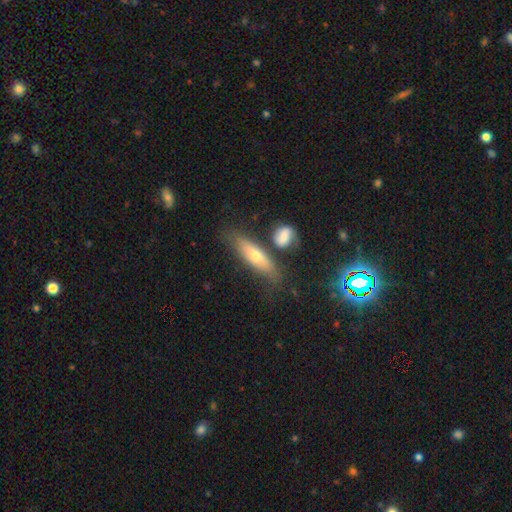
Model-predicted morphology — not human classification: Smooth or featured? smooth (53%)
How rounded? cigar-shaped (58%)
Merging? none (64%)